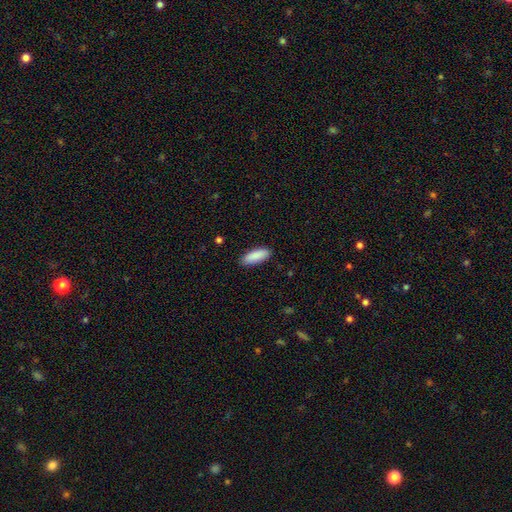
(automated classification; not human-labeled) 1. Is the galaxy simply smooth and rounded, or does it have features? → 90% smooth, 6% star or artifact, 4% featured or disk.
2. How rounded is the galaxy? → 71% in between, 28% cigar-shaped, 2% round.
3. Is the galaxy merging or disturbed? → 89% none, 8% minor disturbance, 2% major disturbance, 1% merger.